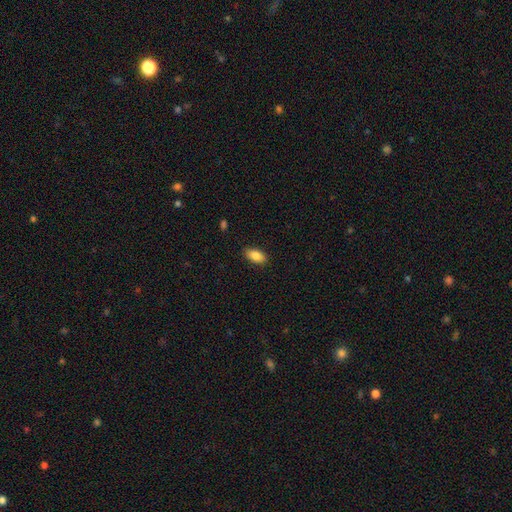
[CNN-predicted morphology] This appears to be a smooth galaxy with no disk features (87%) that is in between round and cigar-shaped (92%). Merging: none (88%).